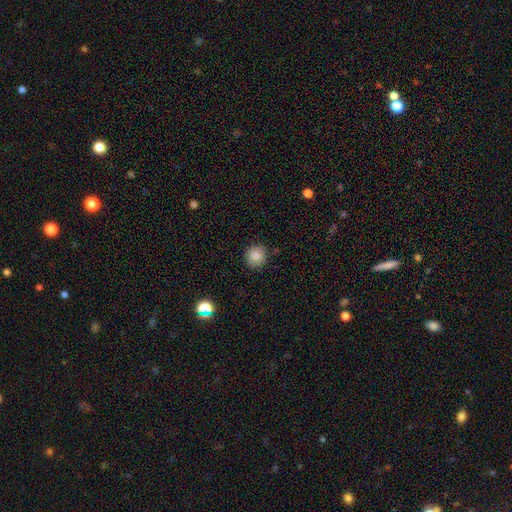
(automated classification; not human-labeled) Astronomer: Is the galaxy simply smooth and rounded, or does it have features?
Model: smooth — 86%.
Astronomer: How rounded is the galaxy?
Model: round — 90%.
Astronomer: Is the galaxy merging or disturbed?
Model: none — 87%.